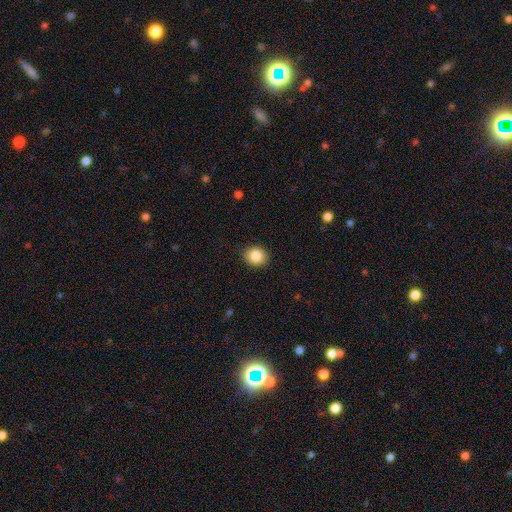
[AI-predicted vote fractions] A smooth galaxy with no disk features (85%) that is round (64%). Merging: none (89%).